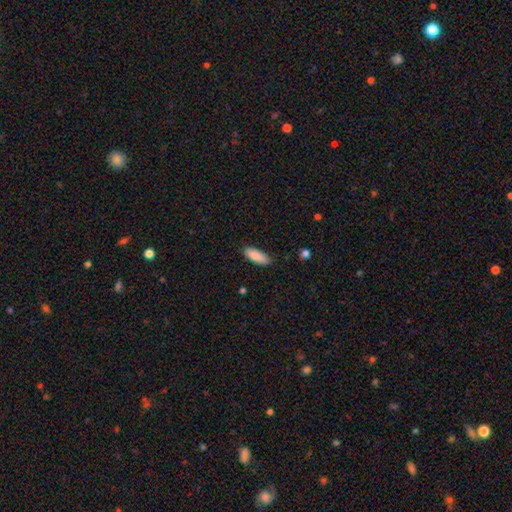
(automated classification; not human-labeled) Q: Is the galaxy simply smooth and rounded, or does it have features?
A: smooth — 90%.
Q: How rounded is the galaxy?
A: in between — 66%.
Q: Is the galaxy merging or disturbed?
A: none — 86%.